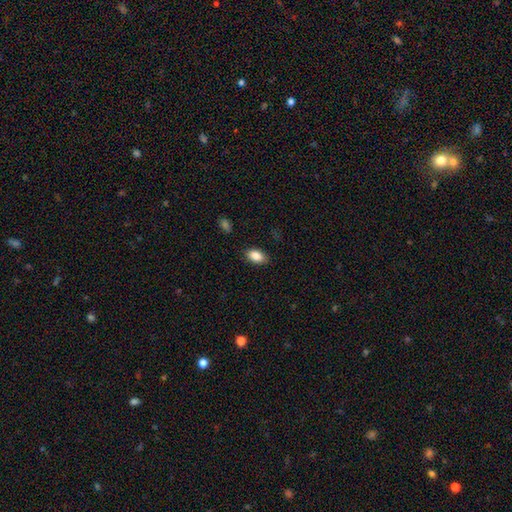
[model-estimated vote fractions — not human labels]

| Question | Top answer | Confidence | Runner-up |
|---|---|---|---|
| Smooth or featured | smooth | 87% | star or artifact (8%) |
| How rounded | in between | 90% | round (8%) |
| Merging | none | 86% | minor disturbance (11%) |